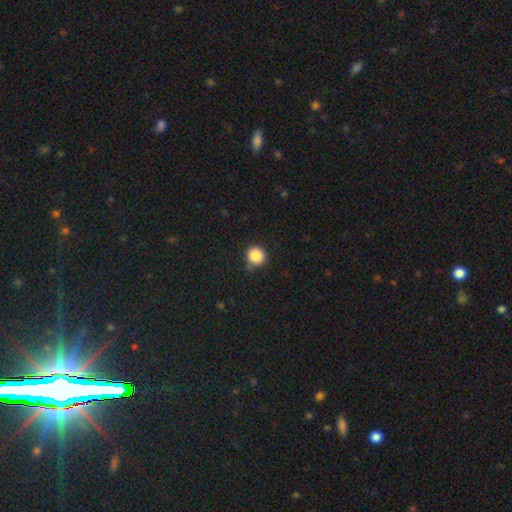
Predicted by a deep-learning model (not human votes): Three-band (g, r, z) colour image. It shows a smooth galaxy with no disk features (86%) that is round (92%). Merging: none (83%).